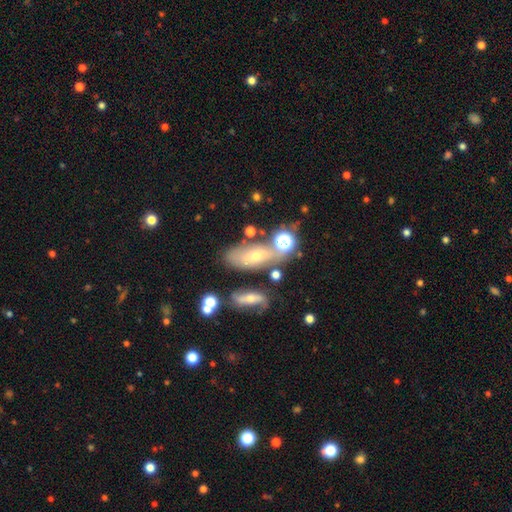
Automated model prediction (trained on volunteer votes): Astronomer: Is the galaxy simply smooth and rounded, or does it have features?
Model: smooth — 42% (runner-up: featured or disk, 38%).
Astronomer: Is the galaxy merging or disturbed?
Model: none — 54%.